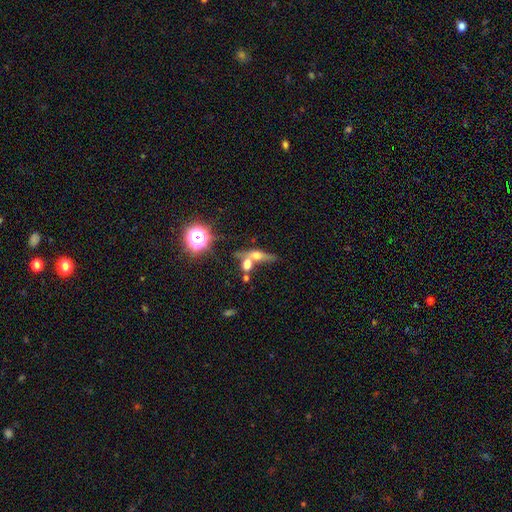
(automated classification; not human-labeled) Overall: smooth (44%; featured or disk 37%). Merging: merger (47%; none 34%).